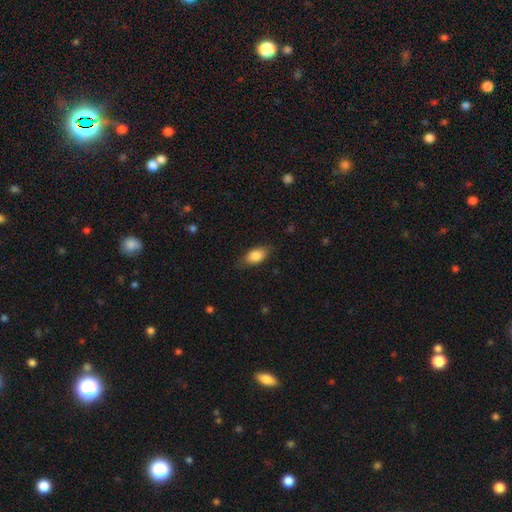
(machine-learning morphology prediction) smooth-or-featured: smooth: 83% | featured or disk: 10% | star or artifact: 7%
  how-rounded: in between: 88% | cigar-shaped: 7% | round: 5%
  merging: none: 78% | minor disturbance: 17% | major disturbance: 4% | merger: 1%